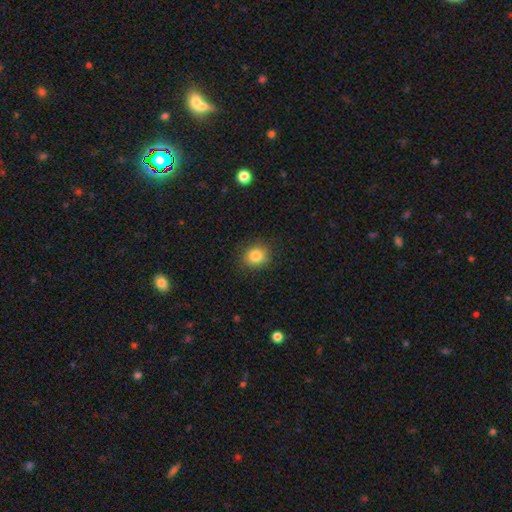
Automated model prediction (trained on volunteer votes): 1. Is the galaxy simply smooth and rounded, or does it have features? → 83% smooth, 11% star or artifact, 6% featured or disk.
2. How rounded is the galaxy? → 76% round, 23% in between, 1% cigar-shaped.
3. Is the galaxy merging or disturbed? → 88% none, 9% minor disturbance, 2% major disturbance, 1% merger.